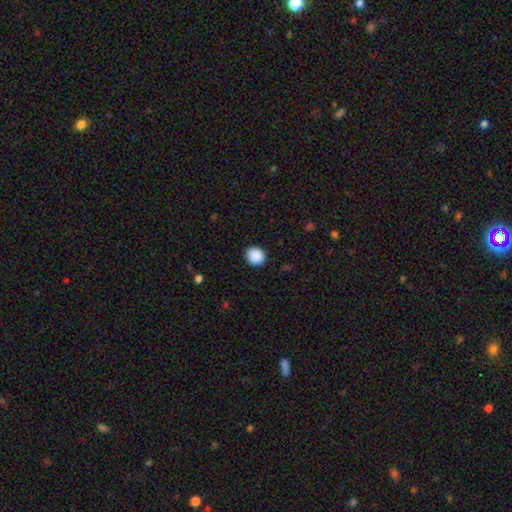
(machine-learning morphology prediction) type=smooth (90%); roundness=round (80%); merging=none (91%).